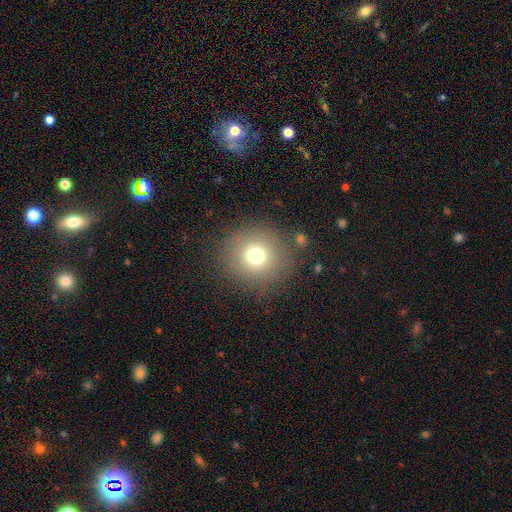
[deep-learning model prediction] Smooth or featured: smooth — 74% (star or artifact — 15%)
How rounded: round — 94% (in between — 5%)
Merging: none — 85% (minor disturbance — 8%)